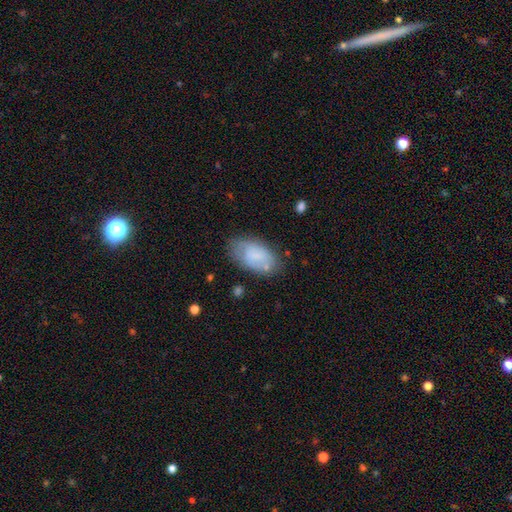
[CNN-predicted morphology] This appears to be a smooth galaxy with no disk features (70%) that is in between round and cigar-shaped (94%). Merging: none (64%).